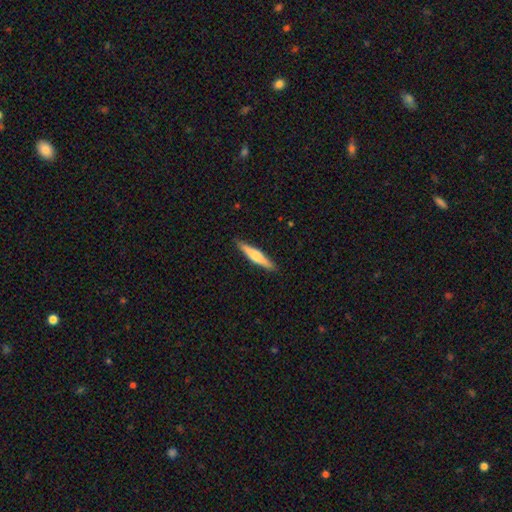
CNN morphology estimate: smooth 50%, featured or disk 44%, star or artifact 5%. Down the decision tree: how rounded — cigar-shaped (89%); merging — none (90%).